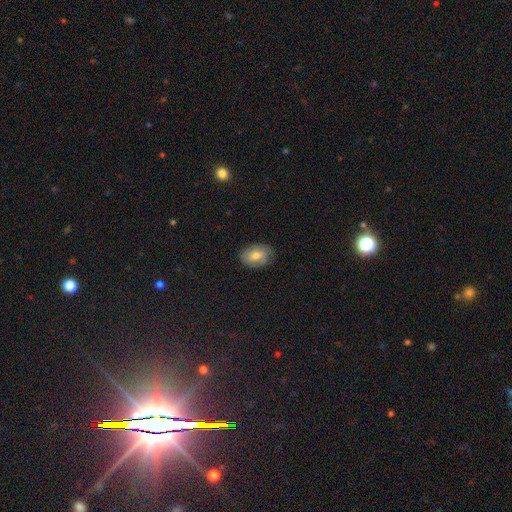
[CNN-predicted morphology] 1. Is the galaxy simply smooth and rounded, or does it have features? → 66% smooth, 26% featured or disk, 8% star or artifact.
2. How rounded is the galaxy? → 83% in between, 16% round, 1% cigar-shaped.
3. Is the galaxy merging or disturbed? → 78% none, 17% minor disturbance, 4% major disturbance, 1% merger.